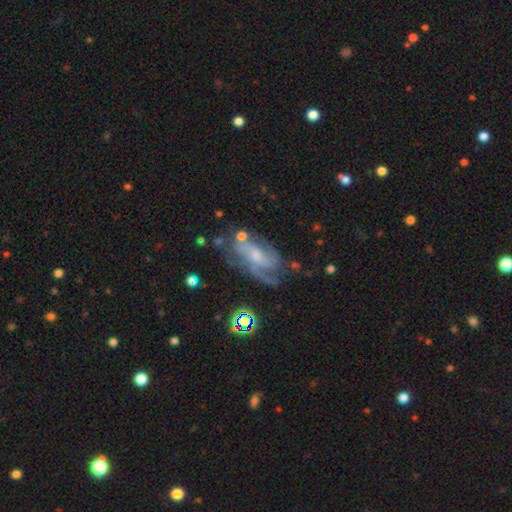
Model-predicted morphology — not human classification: Q: Smooth or featured?
A: featured or disk (79%); runner-up: smooth (12%)
Q: Edge-on disk?
A: no (94%); runner-up: yes (6%)
Q: Bar?
A: no (48%); runner-up: weak (40%)
Q: Spiral arms?
A: yes (91%); runner-up: no (9%)
Q: Spiral winding?
A: medium (46%); runner-up: tight (35%)
Q: Spiral arm count?
A: 2 (36%); runner-up: can't tell (28%)
Q: Bulge size?
A: small (51%); runner-up: moderate (29%)
Q: Merging?
A: none (56%); runner-up: minor disturbance (21%)